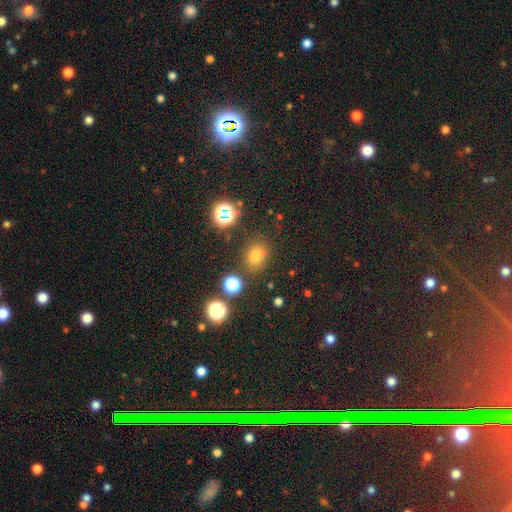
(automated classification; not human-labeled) Smooth or featured? Predicted: smooth (p=0.58). How rounded? Predicted: round (p=0.58). Merging? Predicted: none (p=0.84).